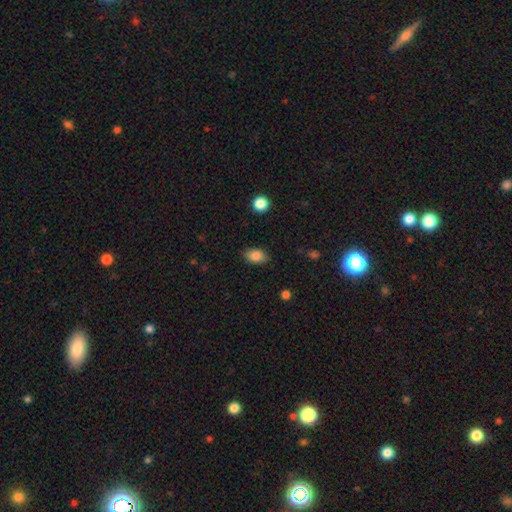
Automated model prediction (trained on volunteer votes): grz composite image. It shows a smooth galaxy with no disk features (86%) that is in between round and cigar-shaped (87%). Merging: none (85%).